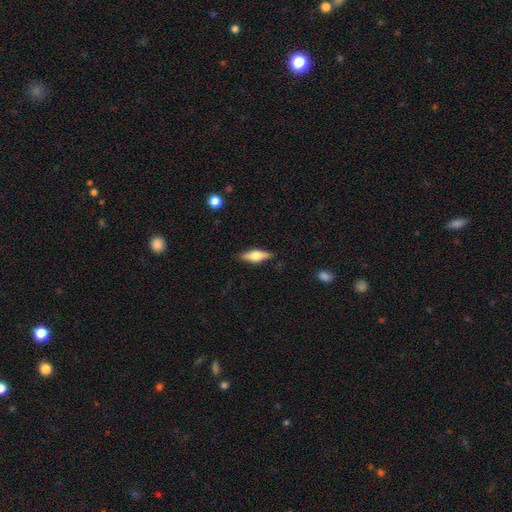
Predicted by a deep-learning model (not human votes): A featured or disk galaxy (47%, tied with smooth). Merging: none (87%).